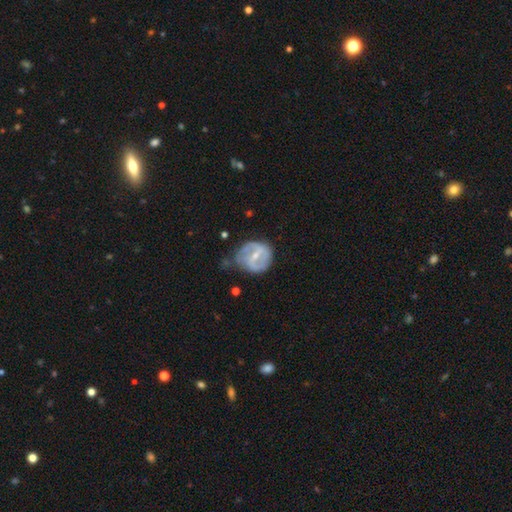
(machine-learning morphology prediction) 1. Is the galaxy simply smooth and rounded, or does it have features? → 74% featured or disk, 20% smooth, 6% star or artifact.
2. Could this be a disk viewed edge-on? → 97% no, 3% yes.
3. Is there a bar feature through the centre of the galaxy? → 46% weak, 38% strong, 16% no.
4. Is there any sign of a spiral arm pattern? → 79% yes, 21% no.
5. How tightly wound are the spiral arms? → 43% medium, 31% tight, 27% loose.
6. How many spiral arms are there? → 69% 2, 17% can't tell, 5% 3, 5% 1, 2% 4, 1% more than 4.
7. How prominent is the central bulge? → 57% small, 38% moderate, 2% none, 1% large, 1% dominant.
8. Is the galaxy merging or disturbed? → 48% none, 33% minor disturbance, 15% major disturbance, 4% merger.